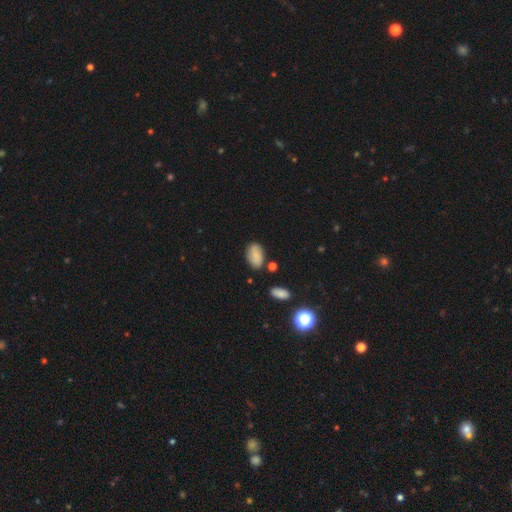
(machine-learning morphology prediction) smooth-or-featured: smooth: 79% | featured or disk: 12% | star or artifact: 9%
  how-rounded: in between: 92% | round: 7% | cigar-shaped: 2%
  merging: none: 74% | minor disturbance: 17% | merger: 5% | major disturbance: 4%